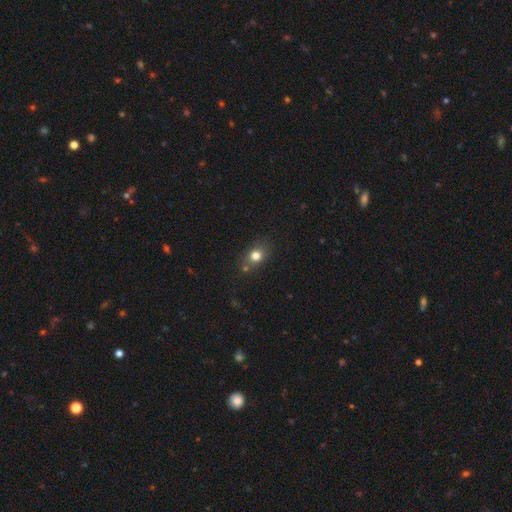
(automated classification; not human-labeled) smooth_or_featured: smooth (p=0.77) [alt: star or artifact p=0.13]
how_rounded: round (p=0.54) [alt: in between p=0.44]
merging: none (p=0.70) [alt: minor disturbance p=0.15]